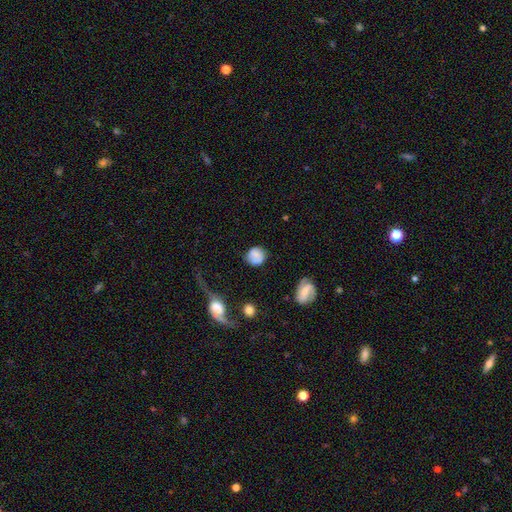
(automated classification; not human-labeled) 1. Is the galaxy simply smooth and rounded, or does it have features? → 69% smooth, 22% featured or disk, 9% star or artifact.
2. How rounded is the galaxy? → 82% round, 17% in between, 1% cigar-shaped.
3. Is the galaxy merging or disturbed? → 67% none, 20% minor disturbance, 9% major disturbance, 4% merger.